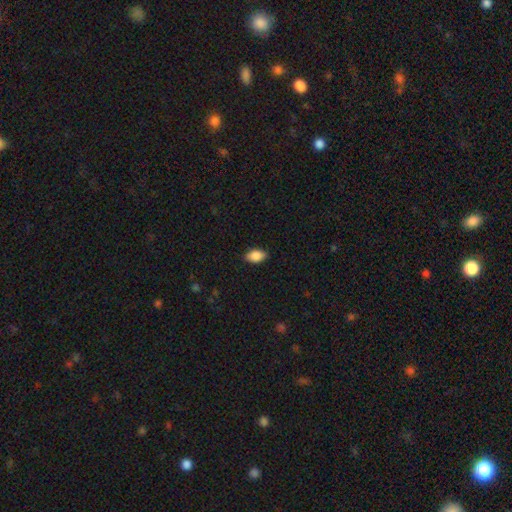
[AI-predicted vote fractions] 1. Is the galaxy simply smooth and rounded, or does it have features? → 88% smooth, 7% star or artifact, 5% featured or disk.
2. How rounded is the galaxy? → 91% in between, 7% round, 2% cigar-shaped.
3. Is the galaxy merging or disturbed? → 87% none, 10% minor disturbance, 2% major disturbance, 1% merger.